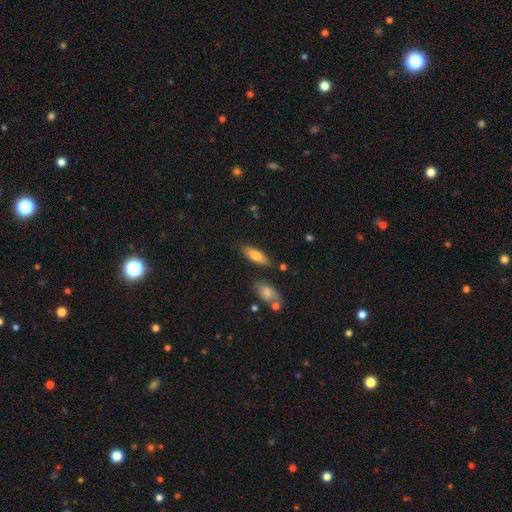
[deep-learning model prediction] Smooth or featured: smooth — 74% (featured or disk — 20%)
How rounded: in between — 70% (cigar-shaped — 28%)
Merging: none — 81% (minor disturbance — 12%)